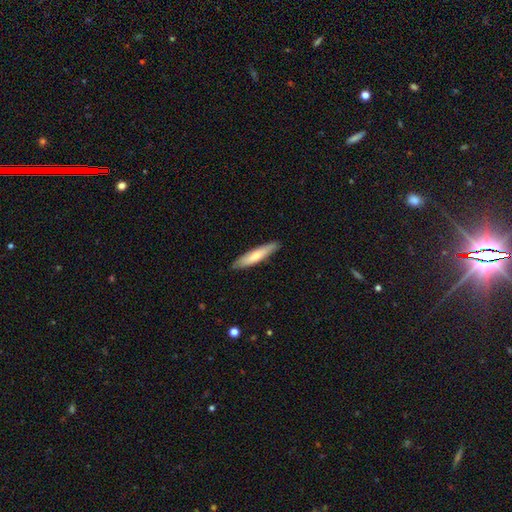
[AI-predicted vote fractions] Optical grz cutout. It shows a smooth galaxy with no disk features (67%) that is cigar-shaped (84%). Merging: none (87%).